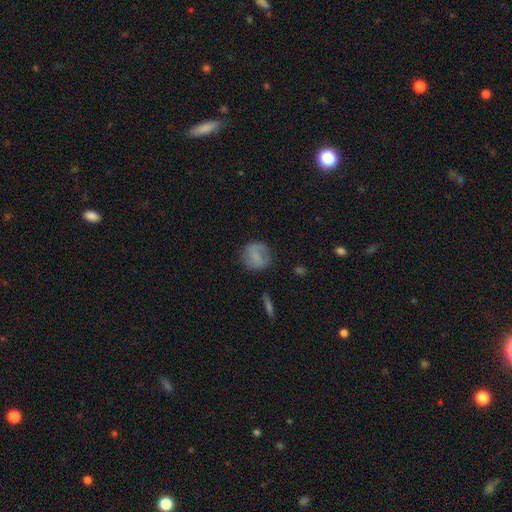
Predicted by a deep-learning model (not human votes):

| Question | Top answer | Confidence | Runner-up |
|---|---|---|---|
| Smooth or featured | smooth | 70% | featured or disk (21%) |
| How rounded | round | 82% | in between (16%) |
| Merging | none | 71% | minor disturbance (20%) |